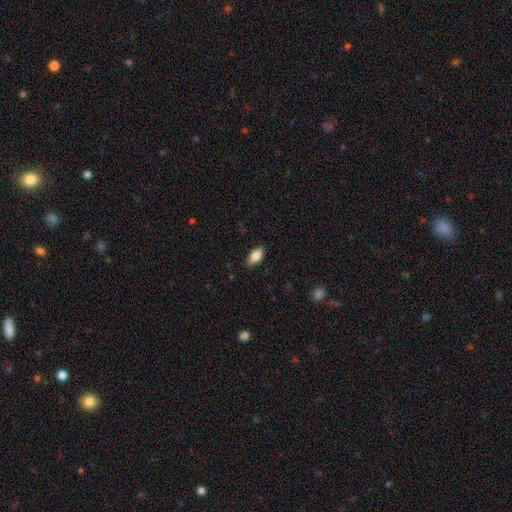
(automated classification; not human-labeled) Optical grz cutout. It shows a smooth galaxy with no disk features (82%) that is in between round and cigar-shaped (88%). Merging: none (86%).